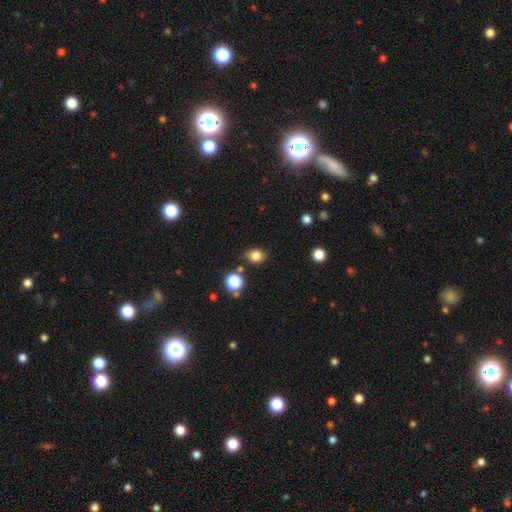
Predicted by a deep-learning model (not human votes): Q: Smooth or featured?
A: smooth (82%); runner-up: star or artifact (12%)
Q: How rounded?
A: round (53%); runner-up: in between (46%)
Q: Merging?
A: none (76%); runner-up: minor disturbance (15%)